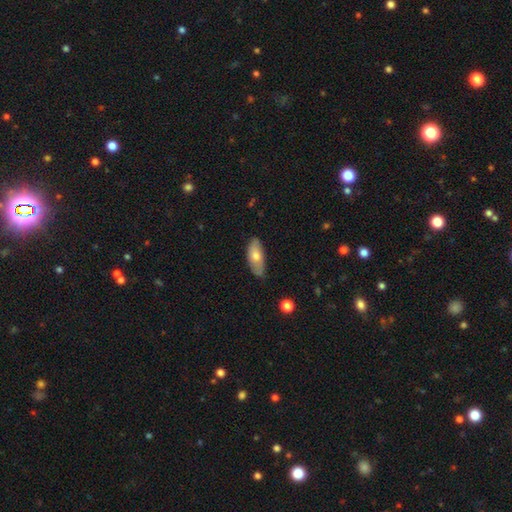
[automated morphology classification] A smooth galaxy with no disk features (68%) that is in between round and cigar-shaped (85%). Merging: none (77%).